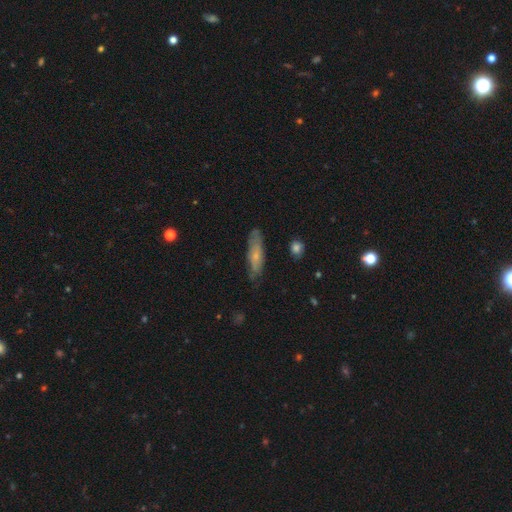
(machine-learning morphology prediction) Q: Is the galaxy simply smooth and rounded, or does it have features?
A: smooth — 58%.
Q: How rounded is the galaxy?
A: cigar-shaped — 61%.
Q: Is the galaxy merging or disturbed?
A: none — 69%.